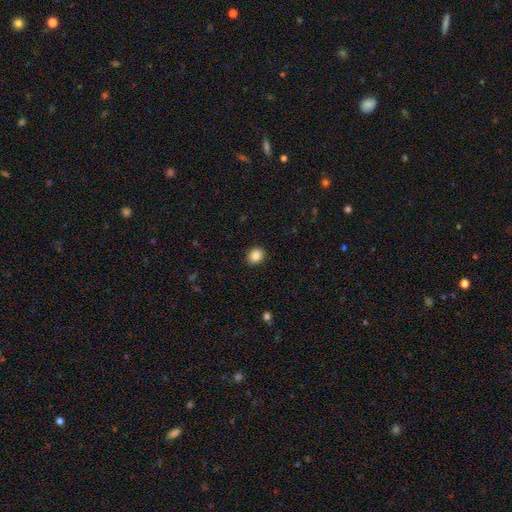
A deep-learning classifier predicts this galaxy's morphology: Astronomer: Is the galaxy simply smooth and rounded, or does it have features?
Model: smooth — 87%.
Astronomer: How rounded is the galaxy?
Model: round — 71%.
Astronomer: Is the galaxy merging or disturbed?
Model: none — 91%.